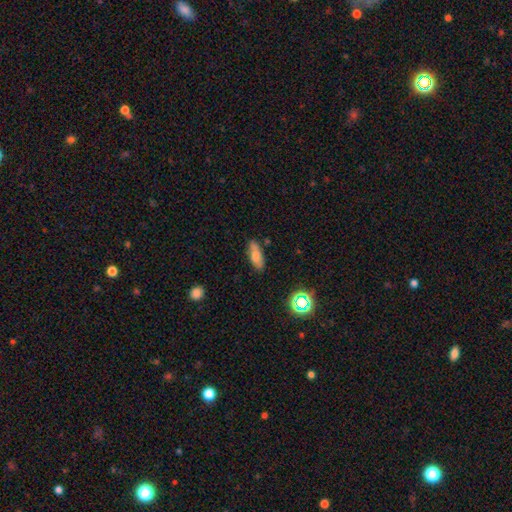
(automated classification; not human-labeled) Morphology: type=smooth (74%); roundness=in between (67%); merging=none (80%).